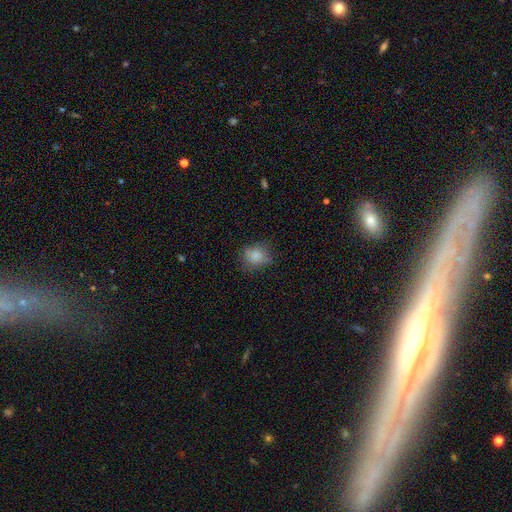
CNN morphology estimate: A smooth galaxy with no disk features (80%) that is round (58%). Merging: none (71%).